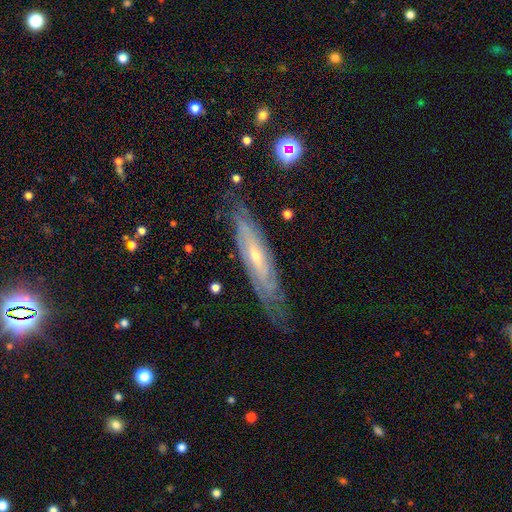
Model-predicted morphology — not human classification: smooth_or_featured: featured or disk (p=0.79) [alt: smooth p=0.14]
disk_edge_on: no (p=0.63) [alt: yes p=0.37]
merging: none (p=0.76) [alt: minor disturbance p=0.18]